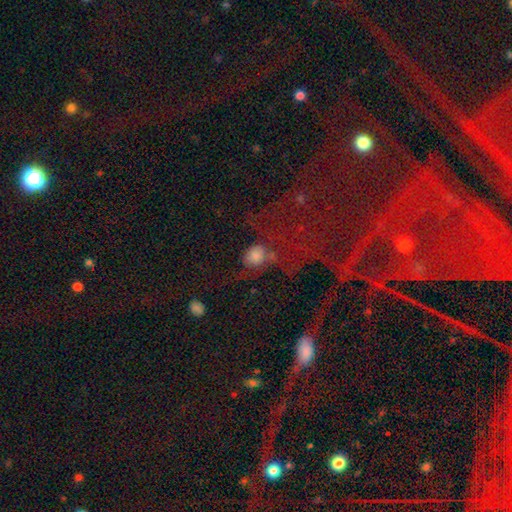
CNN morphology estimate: smooth 70%, star or artifact 16%, featured or disk 14%. Down the decision tree: how rounded — round (66%); merging — none (46%).